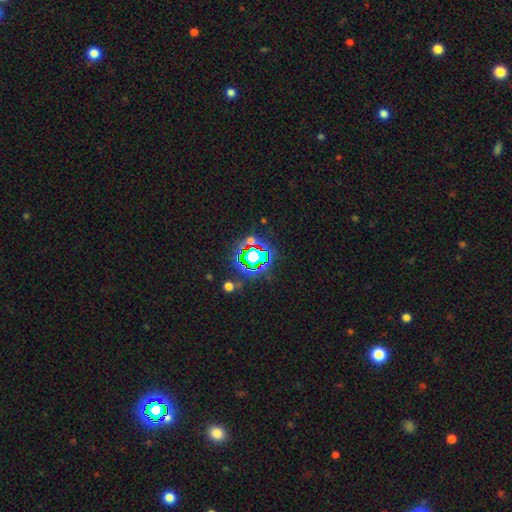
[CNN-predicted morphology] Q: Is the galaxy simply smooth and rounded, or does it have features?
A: star or artifact — 69%.